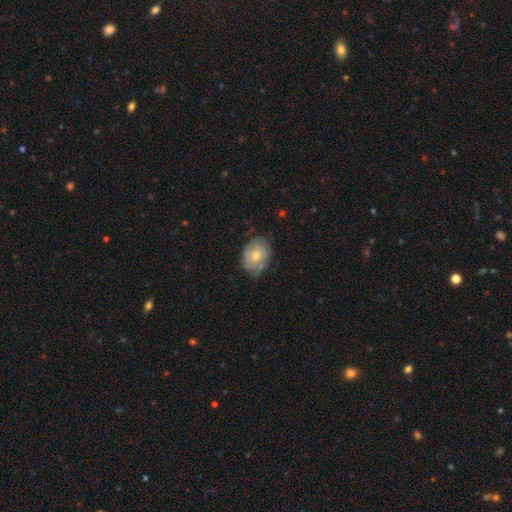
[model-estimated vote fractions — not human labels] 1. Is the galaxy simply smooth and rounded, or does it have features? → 48% smooth, 45% featured or disk, 7% star or artifact.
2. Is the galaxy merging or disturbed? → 60% none, 30% minor disturbance, 8% major disturbance, 2% merger.